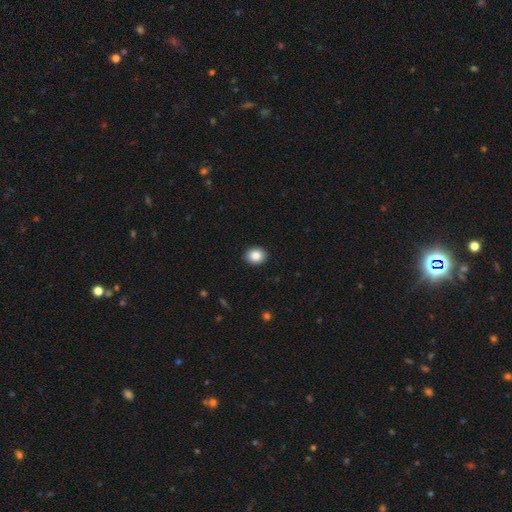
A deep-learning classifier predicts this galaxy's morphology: smooth-or-featured: smooth: 87% | star or artifact: 9% | featured or disk: 4%
  how-rounded: round: 58% | in between: 41% | cigar-shaped: 1%
  merging: none: 91% | minor disturbance: 6% | major disturbance: 2% | merger: 1%